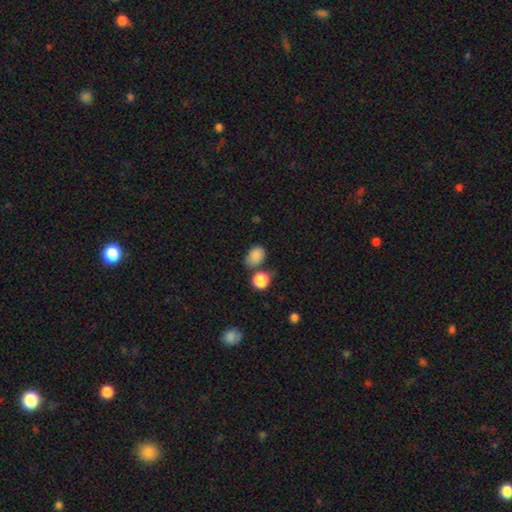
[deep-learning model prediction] A smooth galaxy with no disk features (85%) that is in between round and cigar-shaped (72%).

Vote fractions:
- Smooth or featured? smooth: 85% / star or artifact: 10% / featured or disk: 5%
- How rounded? in between: 72% / round: 26% / cigar-shaped: 1%
- Merging? none: 57% / minor disturbance: 20% / merger: 17% / major disturbance: 6%